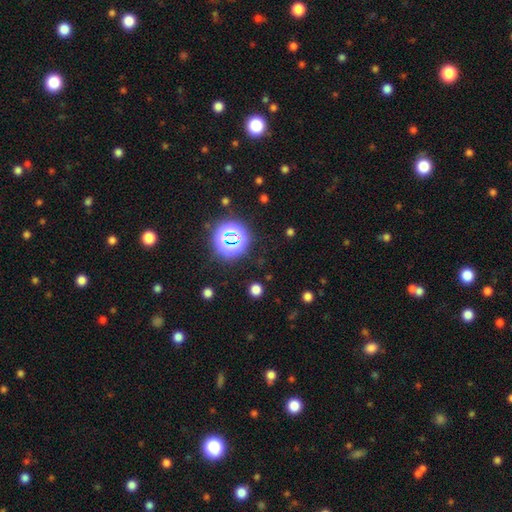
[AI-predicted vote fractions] Smooth or featured? Predicted: star or artifact (p=0.73).